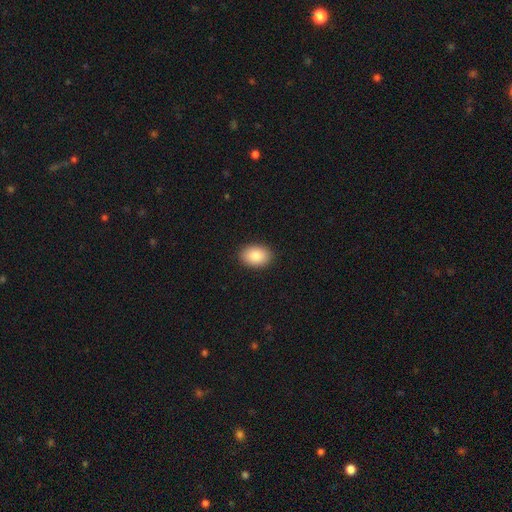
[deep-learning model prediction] smooth 87%, star or artifact 7%, featured or disk 6%. Down the decision tree: how rounded — in between (82%); merging — none (90%).